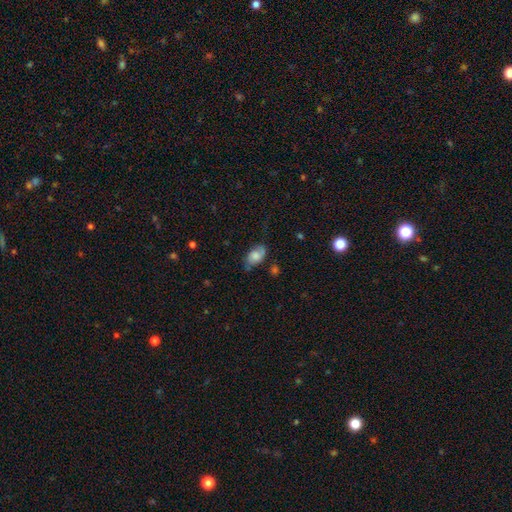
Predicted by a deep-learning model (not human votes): Smooth or featured? Predicted: smooth (p=0.67). How rounded? Predicted: in between (p=0.90). Merging? Predicted: none (p=0.66).